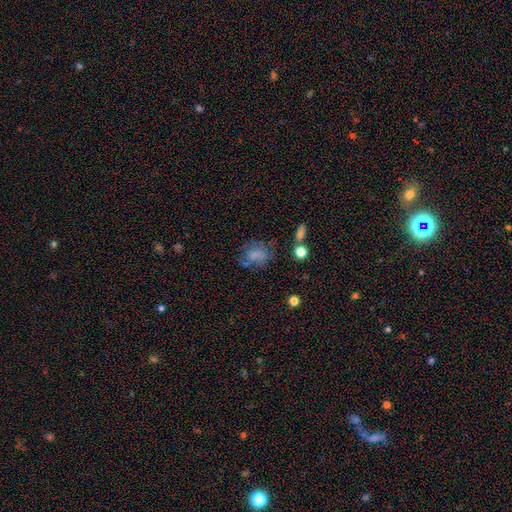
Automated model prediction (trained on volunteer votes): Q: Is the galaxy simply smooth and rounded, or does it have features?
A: smooth — 65%.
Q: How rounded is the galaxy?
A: in between — 52%.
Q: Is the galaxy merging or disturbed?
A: none — 49%.